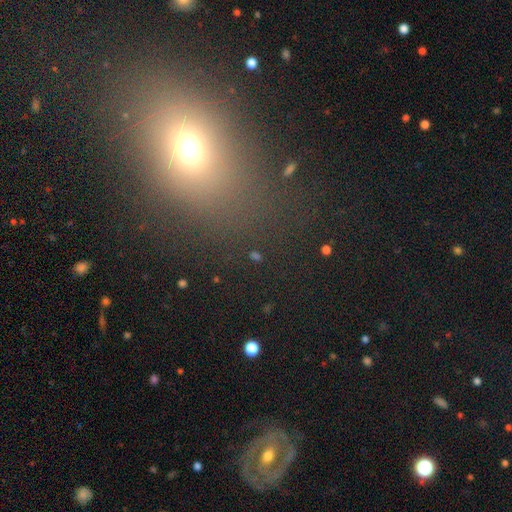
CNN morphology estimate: A star or artifact, not a galaxy (50%).

Vote fractions:
- Smooth or featured? star or artifact: 50% / smooth: 37% / featured or disk: 13%